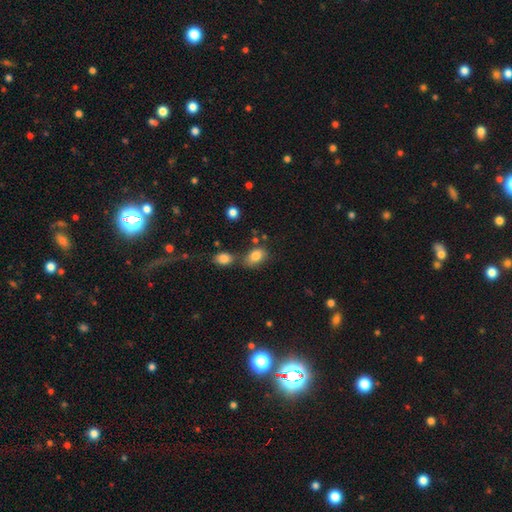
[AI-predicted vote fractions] This appears to be a smooth galaxy with no disk features (83%) that is in between round and cigar-shaped (81%). Merging: none (55%).